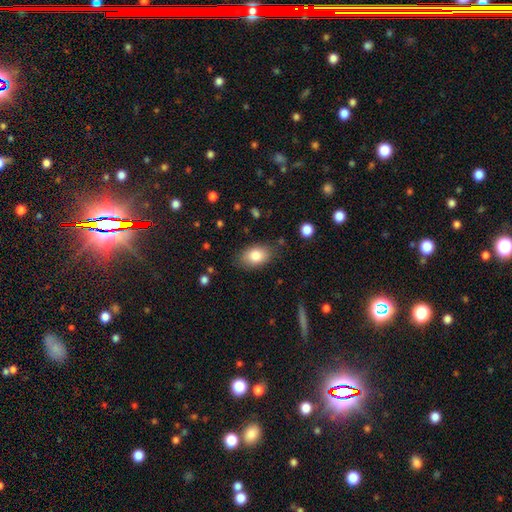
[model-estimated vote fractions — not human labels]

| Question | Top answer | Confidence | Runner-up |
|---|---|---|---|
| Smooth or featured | smooth | 83% | featured or disk (9%) |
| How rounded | in between | 87% | round (11%) |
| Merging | none | 81% | minor disturbance (14%) |